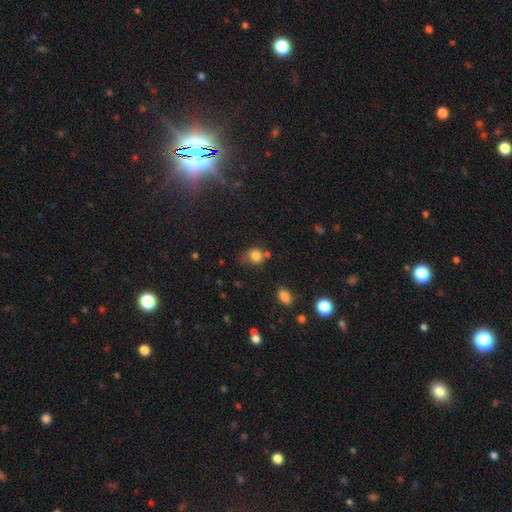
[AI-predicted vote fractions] smooth-or-featured: smooth: 81% | star or artifact: 12% | featured or disk: 7%
  how-rounded: round: 73% | in between: 26% | cigar-shaped: 1%
  merging: none: 51% | minor disturbance: 27% | major disturbance: 11% | merger: 11%